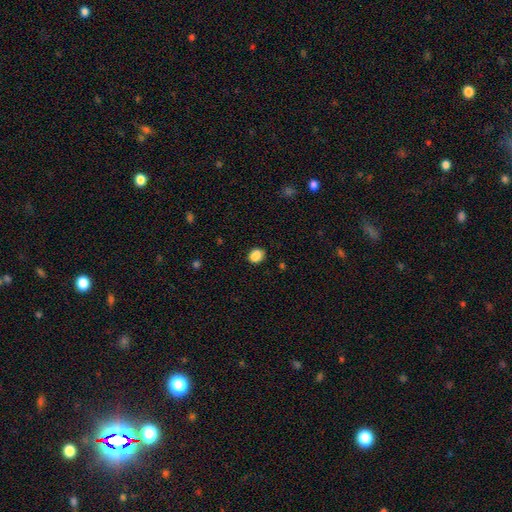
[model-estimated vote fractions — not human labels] Q: Smooth or featured?
A: smooth (86%); runner-up: star or artifact (10%)
Q: How rounded?
A: round (57%); runner-up: in between (42%)
Q: Merging?
A: none (82%); runner-up: minor disturbance (13%)